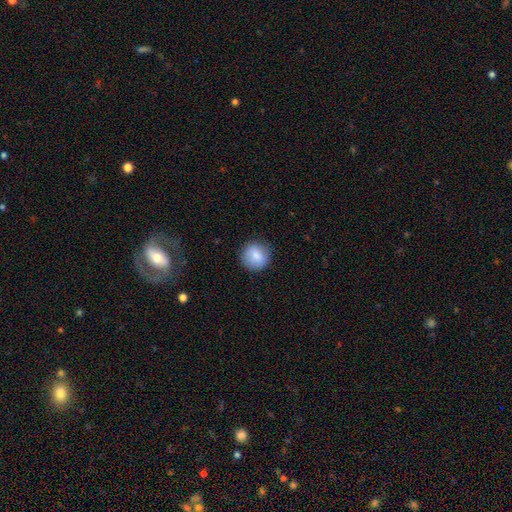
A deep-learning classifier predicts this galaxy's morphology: This appears to be a smooth galaxy with no disk features (83%) that is round (91%). Merging: none (86%).